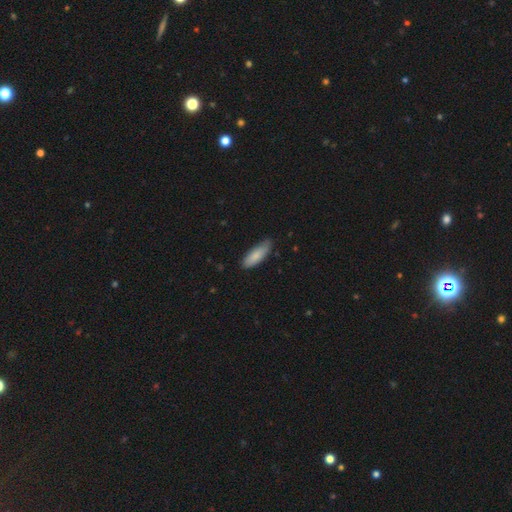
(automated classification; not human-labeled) Q: Smooth or featured?
A: smooth (85%); runner-up: featured or disk (9%)
Q: How rounded?
A: in between (60%); runner-up: cigar-shaped (38%)
Q: Merging?
A: none (69%); runner-up: minor disturbance (27%)